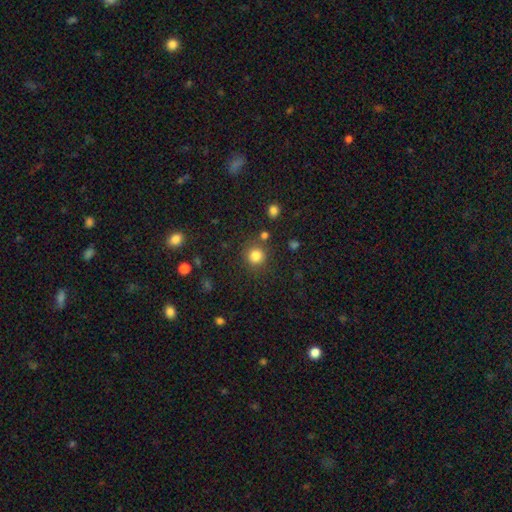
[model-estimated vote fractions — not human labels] A smooth galaxy with no disk features (83%) that is round (92%). Merging: none (84%).